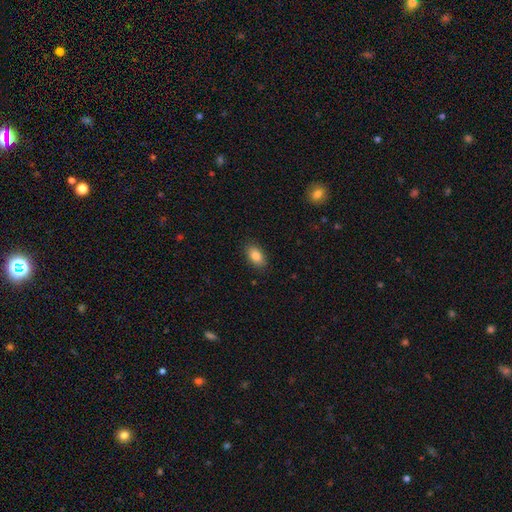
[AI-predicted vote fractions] A smooth galaxy with no disk features (85%) that is in between round and cigar-shaped (90%).

Vote fractions:
- Smooth or featured? smooth: 85% / star or artifact: 8% / featured or disk: 7%
- How rounded? in between: 90% / round: 8% / cigar-shaped: 2%
- Merging? none: 88% / minor disturbance: 9% / major disturbance: 2% / merger: 1%